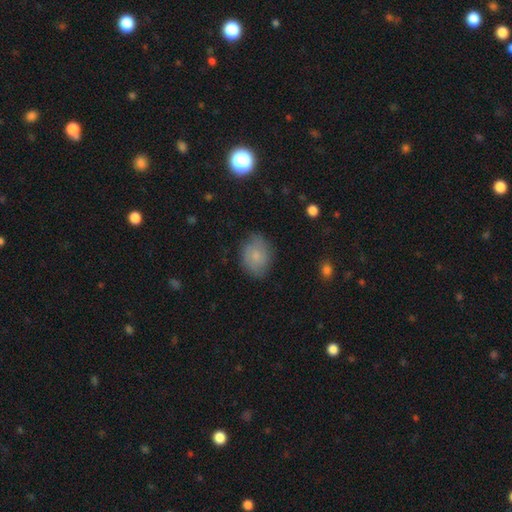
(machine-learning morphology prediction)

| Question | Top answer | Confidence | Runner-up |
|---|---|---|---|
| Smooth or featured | smooth | 66% | featured or disk (25%) |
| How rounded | in between | 63% | round (36%) |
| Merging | none | 75% | minor disturbance (19%) |